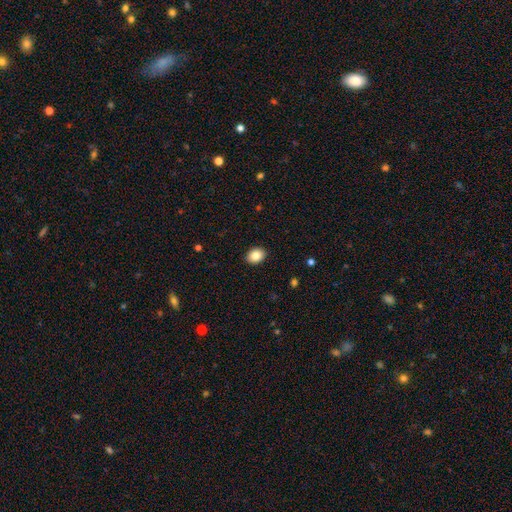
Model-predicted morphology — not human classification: Smooth or featured? Predicted: smooth (p=0.85). How rounded? Predicted: in between (p=0.63). Merging? Predicted: none (p=0.91).